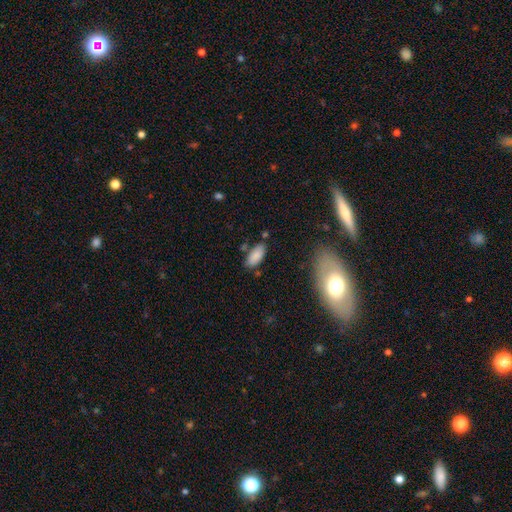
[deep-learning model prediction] Morphology: type=smooth (87%); roundness=in between (88%); merging=none (75%).